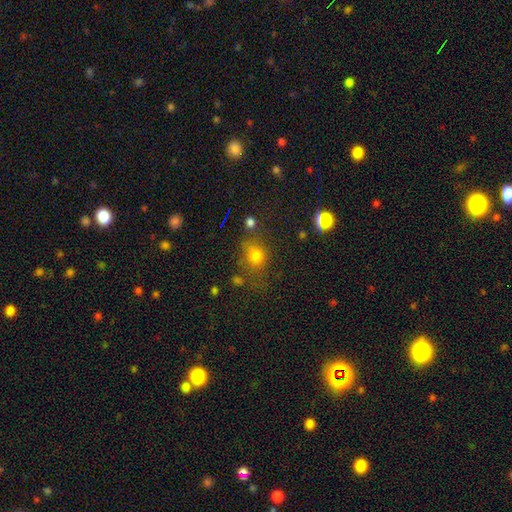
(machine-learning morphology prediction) Smooth or featured? smooth (72%)
How rounded? round (60%)
Merging? none (59%)